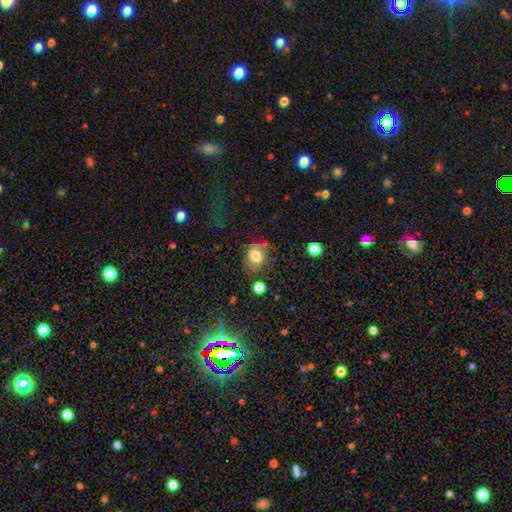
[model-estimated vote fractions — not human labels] Smooth or featured? smooth (75%)
How rounded? in between (61%)
Merging? none (61%)